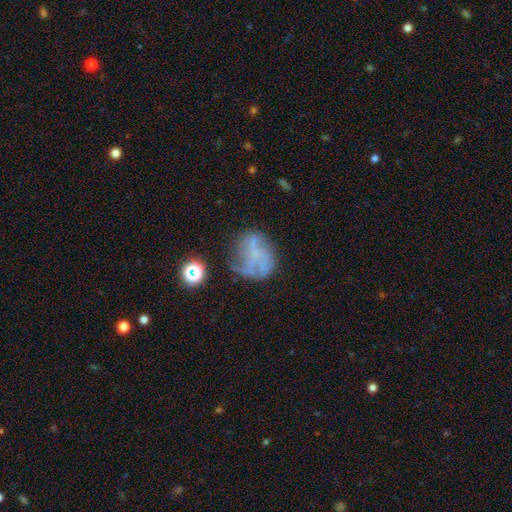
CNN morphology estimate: The model was most divided on "smooth or featured": featured or disk: 51%, smooth: 30%, star or artifact: 18%. Remaining: edge-on disk — no (97%); merging — none (49%).